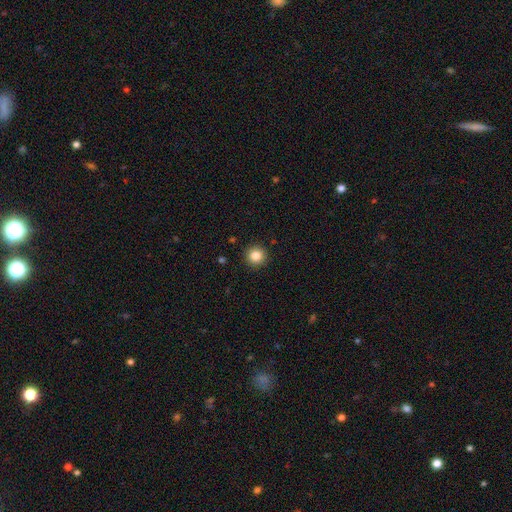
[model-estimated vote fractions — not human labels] smooth 84%, star or artifact 11%, featured or disk 5%. Down the decision tree: how rounded — round (95%); merging — none (93%).